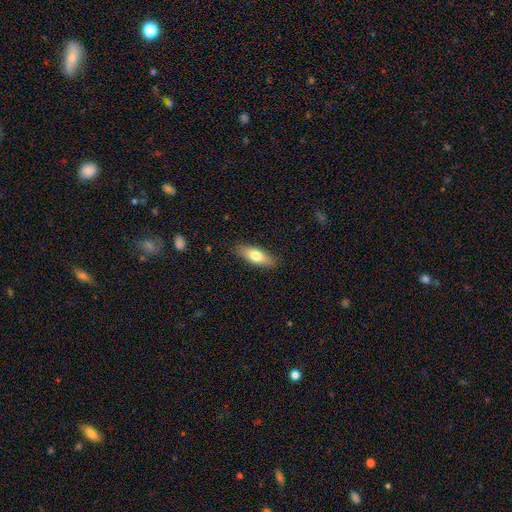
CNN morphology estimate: Smooth or featured?
  - smooth: 72% *
  - featured or disk: 22%
  - star or artifact: 6%
How rounded?
  - in between: 67% *
  - cigar-shaped: 31%
  - round: 2%
Merging?
  - none: 86% *
  - minor disturbance: 10%
  - major disturbance: 2%
  - merger: 1%